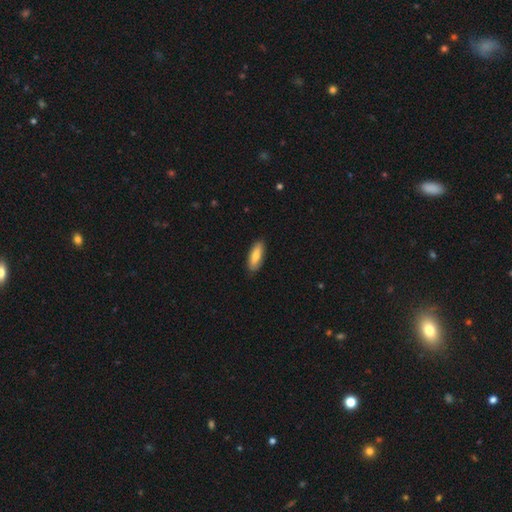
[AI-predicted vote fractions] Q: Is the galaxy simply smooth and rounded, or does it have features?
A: smooth — 76%.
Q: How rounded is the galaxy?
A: in between — 66%.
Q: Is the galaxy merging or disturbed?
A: none — 87%.